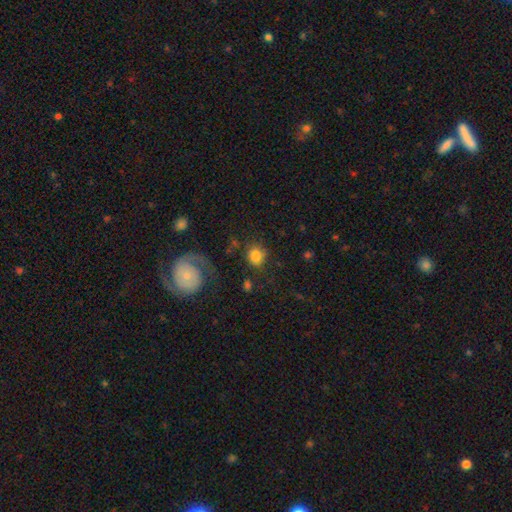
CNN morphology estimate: This appears to be a smooth galaxy with no disk features (78%) that is round (74%). Merging: none (69%).